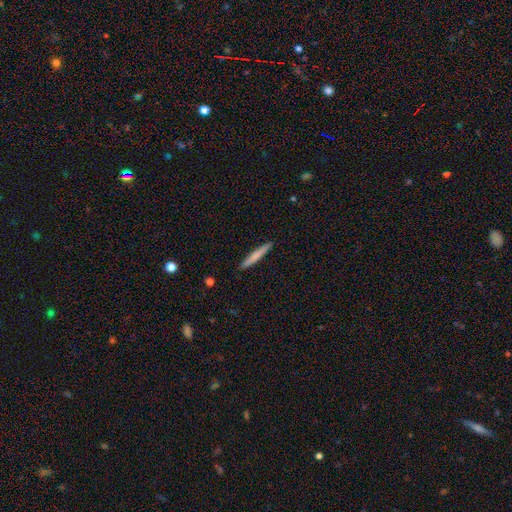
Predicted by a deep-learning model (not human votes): A smooth galaxy with no disk features (66%) that is cigar-shaped (96%).

Vote fractions:
- Smooth or featured? smooth: 66% / featured or disk: 28% / star or artifact: 5%
- How rounded? cigar-shaped: 96% / in between: 3% / round: 1%
- Merging? none: 92% / minor disturbance: 6% / major disturbance: 1% / merger: 1%